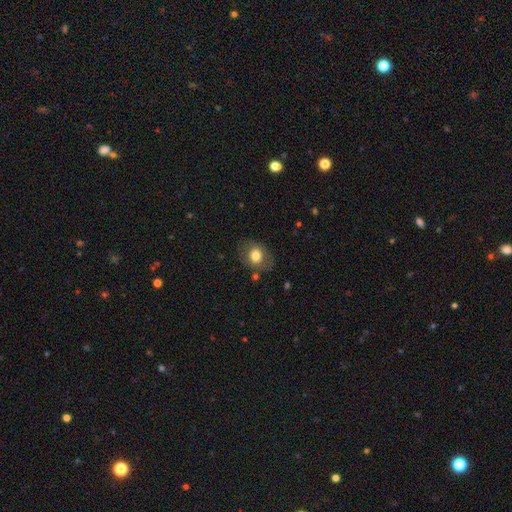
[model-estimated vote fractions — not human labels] Smooth or featured: smooth — 74% (featured or disk — 18%)
How rounded: in between — 52% (round — 47%)
Merging: none — 78% (minor disturbance — 14%)